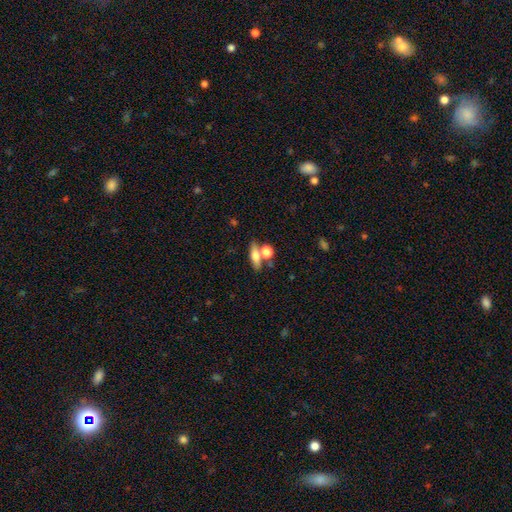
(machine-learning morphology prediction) type=smooth (63%); roundness=in between (45%); merging=none (58%).